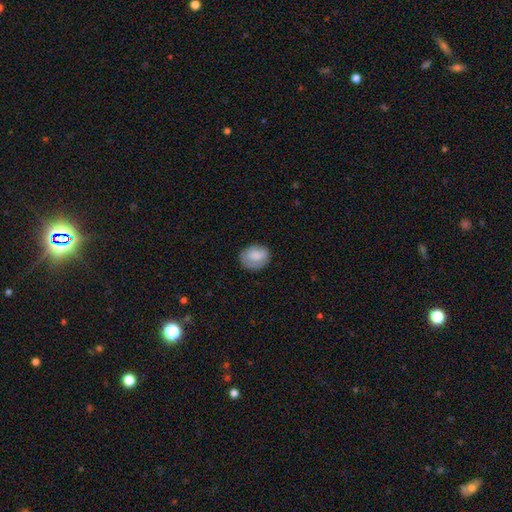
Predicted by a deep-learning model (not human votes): smooth-or-featured: smooth: 79% | featured or disk: 14% | star or artifact: 7%
  how-rounded: round: 54% | in between: 45% | cigar-shaped: 1%
  merging: none: 72% | minor disturbance: 20% | major disturbance: 7% | merger: 1%